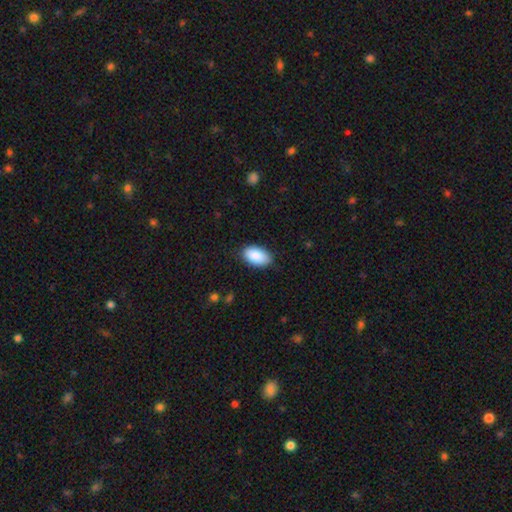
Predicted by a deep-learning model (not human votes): Smooth or featured? Predicted: smooth (p=0.88). How rounded? Predicted: in between (p=0.95). Merging? Predicted: none (p=0.83).